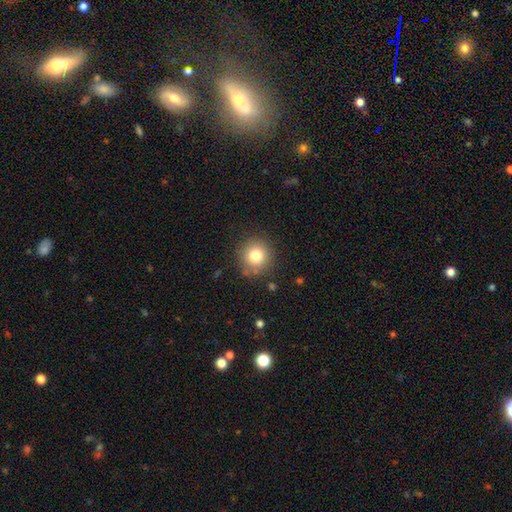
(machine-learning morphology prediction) type=smooth (80%); roundness=round (94%); merging=none (85%).